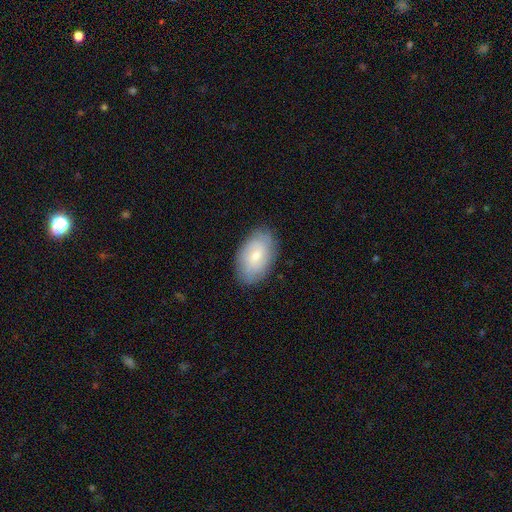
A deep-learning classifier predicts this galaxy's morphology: Q: Smooth or featured?
A: smooth (62%); runner-up: featured or disk (31%)
Q: How rounded?
A: in between (93%); runner-up: round (6%)
Q: Merging?
A: none (83%); runner-up: minor disturbance (13%)